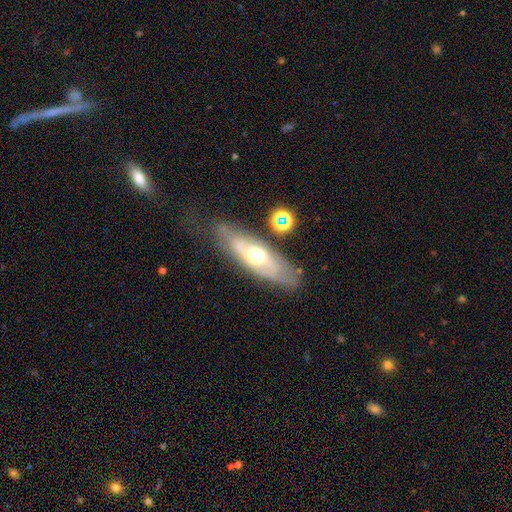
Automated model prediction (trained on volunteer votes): Smooth or featured: featured or disk — 61% (smooth — 32%)
Edge-on disk: no — 70% (yes — 30%)
Merging: none — 72% (minor disturbance — 18%)